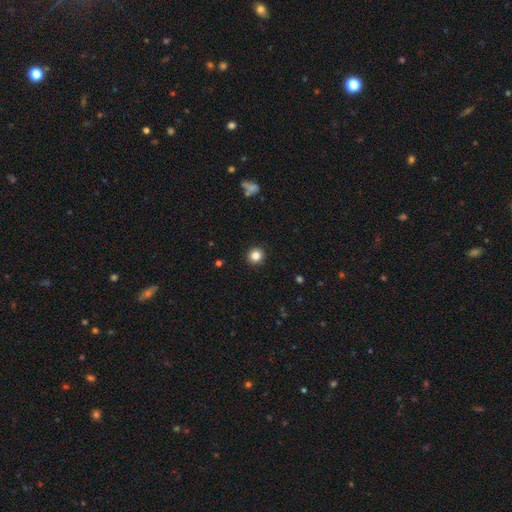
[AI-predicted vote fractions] Smooth or featured: smooth — 84% (star or artifact — 11%)
How rounded: round — 94% (in between — 5%)
Merging: none — 93% (minor disturbance — 4%)